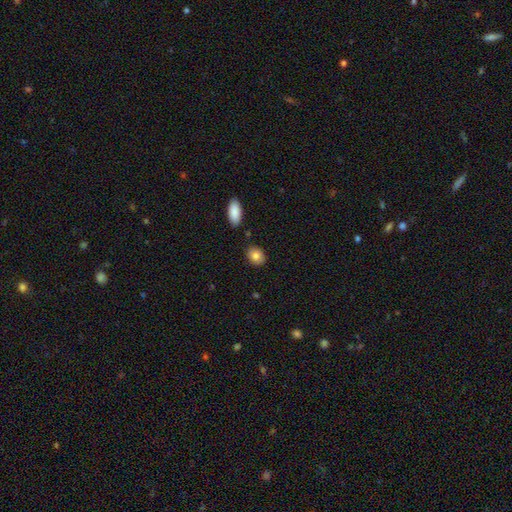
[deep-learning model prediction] smooth_or_featured: smooth (p=0.84) [alt: featured or disk p=0.09]
how_rounded: in between (p=0.62) [alt: round p=0.36]
merging: none (p=0.85) [alt: minor disturbance p=0.10]